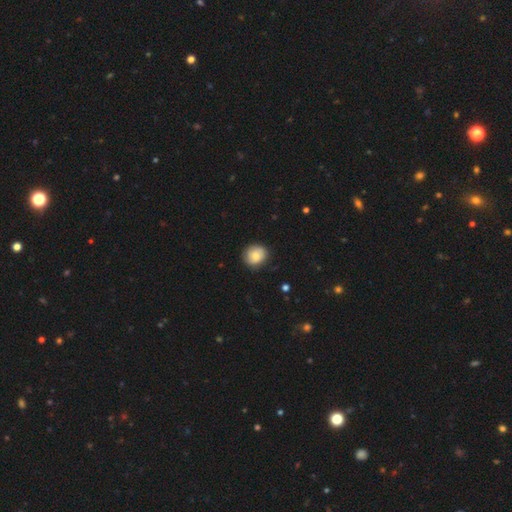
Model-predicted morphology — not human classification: Smooth or featured?
  - smooth: 78% *
  - featured or disk: 14%
  - star or artifact: 8%
How rounded?
  - round: 82% *
  - in between: 17%
  - cigar-shaped: 1%
Merging?
  - none: 84% *
  - minor disturbance: 13%
  - major disturbance: 3%
  - merger: 1%